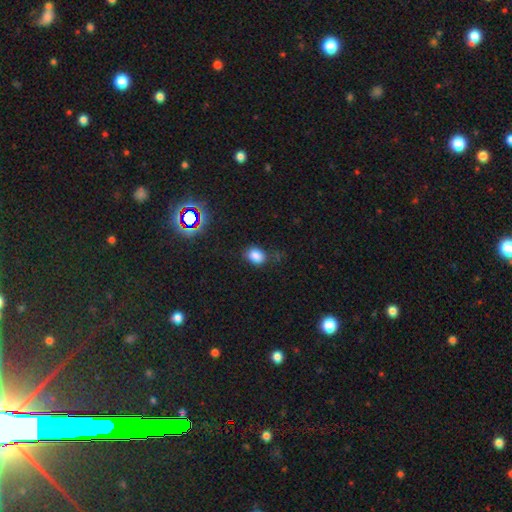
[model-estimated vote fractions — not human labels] A smooth galaxy with no disk features (81%) that is in between round and cigar-shaped (63%). Merging: none (68%).